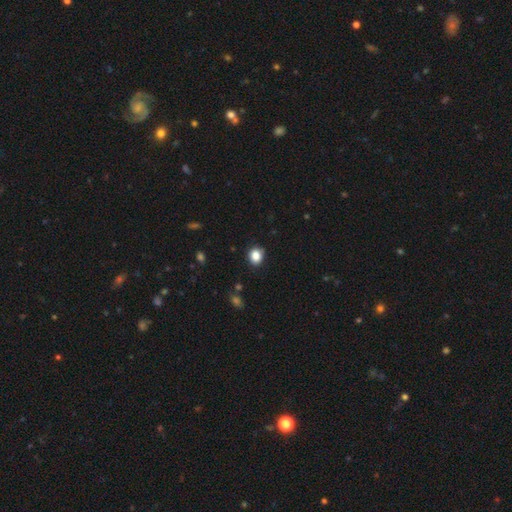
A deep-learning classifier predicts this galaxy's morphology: A smooth galaxy with no disk features (85%) that is round (70%).

Vote fractions:
- Smooth or featured? smooth: 85% / star or artifact: 10% / featured or disk: 4%
- How rounded? round: 70% / in between: 29% / cigar-shaped: 1%
- Merging? none: 89% / minor disturbance: 8% / major disturbance: 2% / merger: 1%